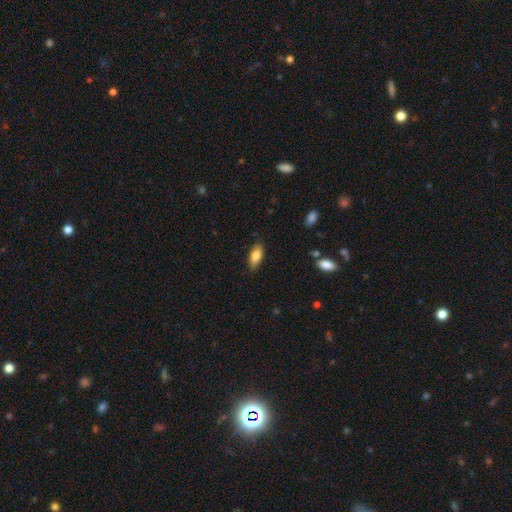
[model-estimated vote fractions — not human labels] Smooth or featured? Predicted: smooth (p=0.83). How rounded? Predicted: in between (p=0.86). Merging? Predicted: none (p=0.84).